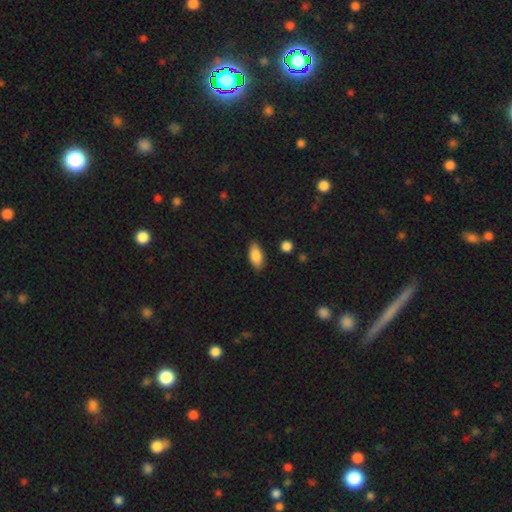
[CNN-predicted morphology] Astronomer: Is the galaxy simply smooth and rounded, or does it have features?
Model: smooth — 86%.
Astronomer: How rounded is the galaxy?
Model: in between — 87%.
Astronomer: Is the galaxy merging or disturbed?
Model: none — 86%.